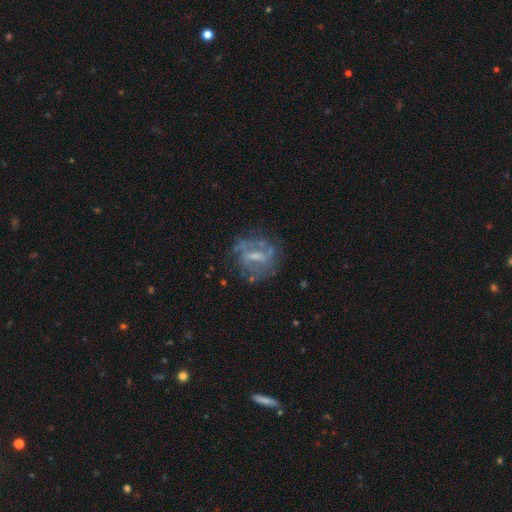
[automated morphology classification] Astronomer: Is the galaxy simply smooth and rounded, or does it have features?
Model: featured or disk — 71%.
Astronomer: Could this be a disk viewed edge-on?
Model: no — 94%.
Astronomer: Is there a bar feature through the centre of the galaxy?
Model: weak — 46% (runner-up: strong, 34%).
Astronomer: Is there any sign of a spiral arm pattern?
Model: yes — 63%.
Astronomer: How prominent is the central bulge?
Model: small — 38% (runner-up: moderate, 34%).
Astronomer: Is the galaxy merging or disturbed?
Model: none — 62%.